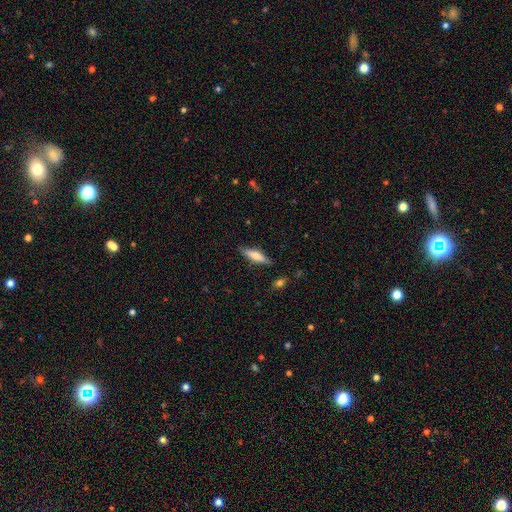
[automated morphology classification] A smooth galaxy with no disk features (56%) that is cigar-shaped (72%). Merging: none (85%).